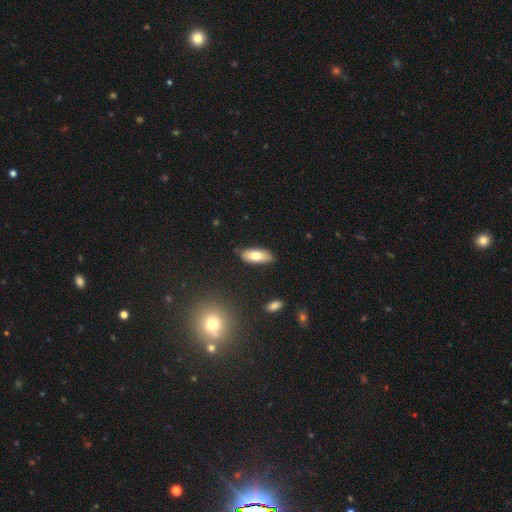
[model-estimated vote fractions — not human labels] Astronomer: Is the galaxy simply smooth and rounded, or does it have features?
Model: smooth — 73%.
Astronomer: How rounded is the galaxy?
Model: in between — 82%.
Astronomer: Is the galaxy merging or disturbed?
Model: none — 81%.